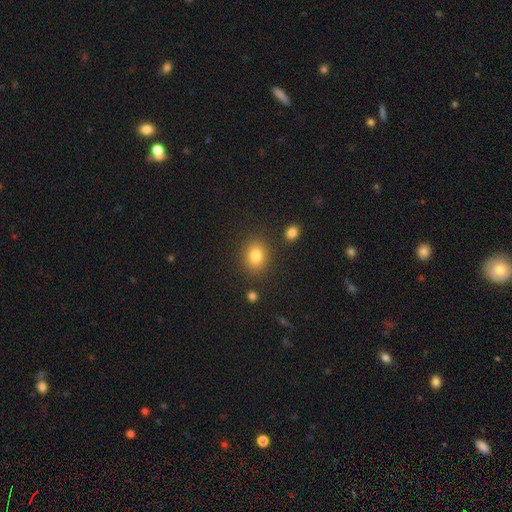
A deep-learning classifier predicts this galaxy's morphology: This is clearly a smooth galaxy (82%). How rounded: possibly in between (50%). Merging: clearly none (84%).